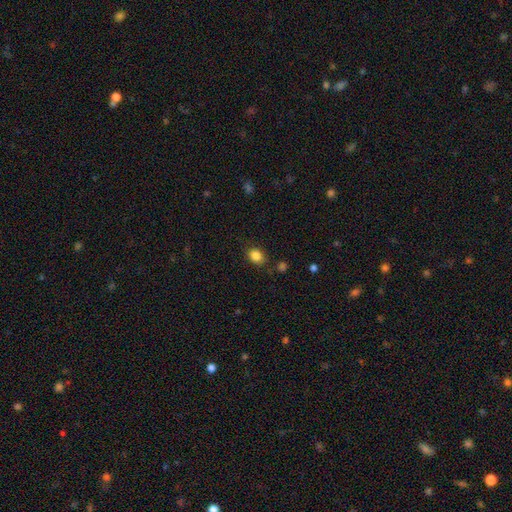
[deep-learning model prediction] A smooth galaxy with no disk features (85%) that is in between round and cigar-shaped (60%). Merging: none (81%).